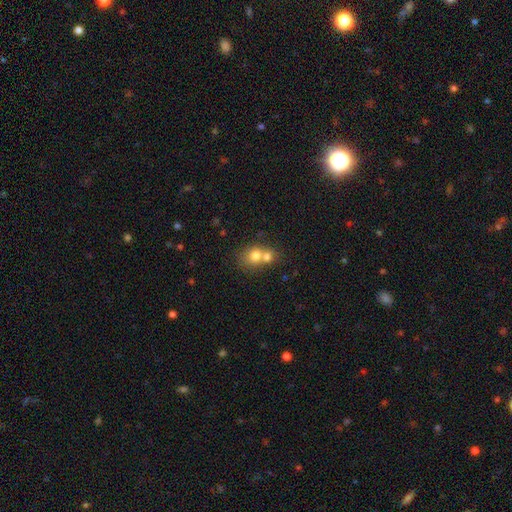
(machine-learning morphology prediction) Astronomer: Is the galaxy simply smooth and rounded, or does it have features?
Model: smooth — 72%.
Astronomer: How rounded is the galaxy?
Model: round — 67%.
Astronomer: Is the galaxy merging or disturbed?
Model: merger — 63%.